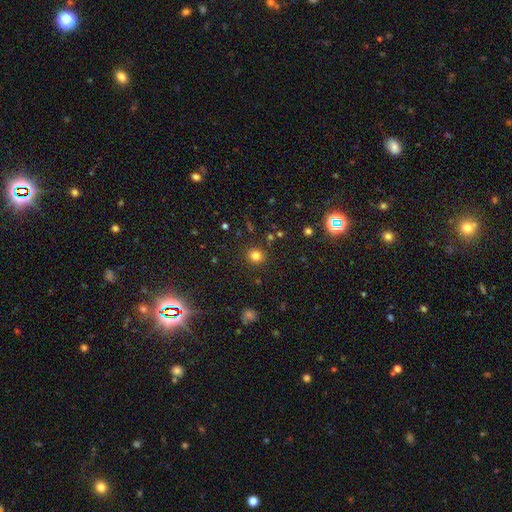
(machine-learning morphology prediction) Smooth or featured: smooth — 79% (star or artifact — 15%)
How rounded: round — 87% (in between — 12%)
Merging: none — 89% (minor disturbance — 7%)